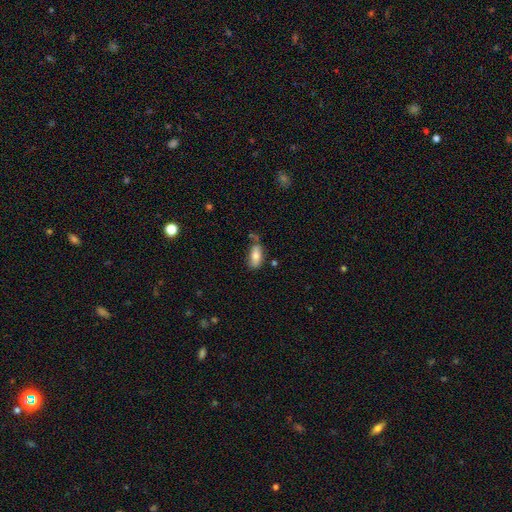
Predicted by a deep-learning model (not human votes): Smooth or featured? Predicted: smooth (p=0.74). How rounded? Predicted: in between (p=0.88). Merging? Predicted: none (p=0.54).